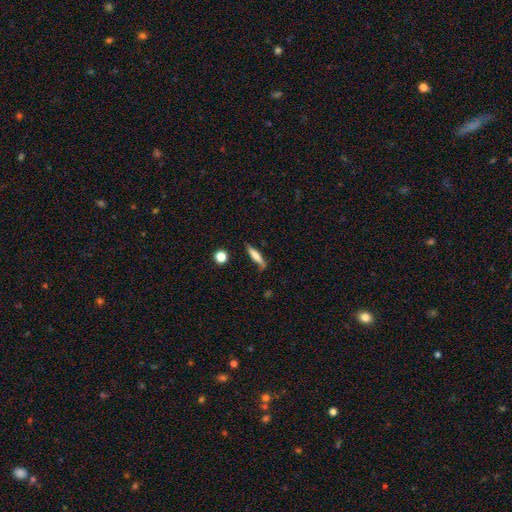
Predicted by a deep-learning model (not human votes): Smooth or featured?
  - smooth: 65% *
  - featured or disk: 28%
  - star or artifact: 7%
How rounded?
  - cigar-shaped: 83% *
  - in between: 15%
  - round: 2%
Merging?
  - none: 70% *
  - minor disturbance: 21%
  - major disturbance: 6%
  - merger: 3%